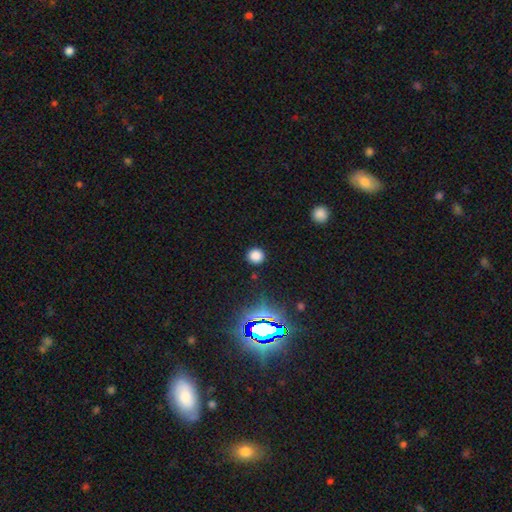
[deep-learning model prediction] smooth_or_featured: smooth (p=0.79) [alt: star or artifact p=0.16]
how_rounded: round (p=0.89) [alt: in between p=0.10]
merging: none (p=0.89) [alt: minor disturbance p=0.07]